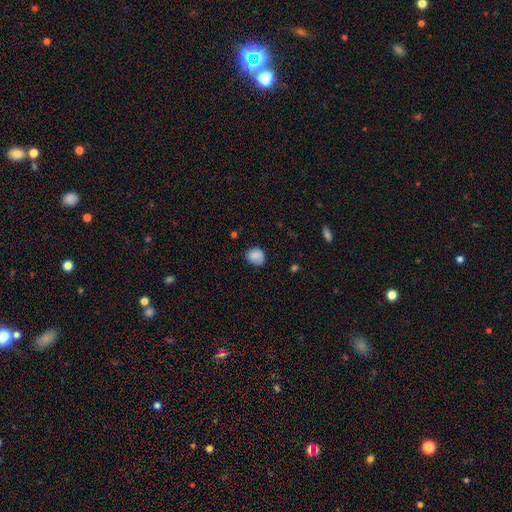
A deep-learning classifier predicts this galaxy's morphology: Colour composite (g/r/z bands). It shows a smooth galaxy with no disk features (83%) that is round (74%). Merging: none (73%).